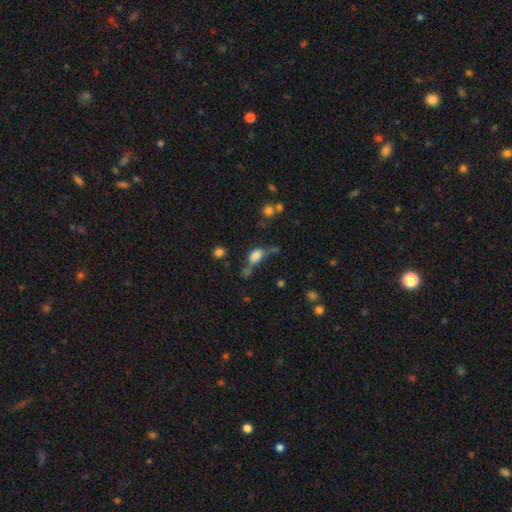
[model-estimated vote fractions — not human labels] A smooth galaxy with no disk features (69%) that is in between round and cigar-shaped (71%). Merging: none (29%).